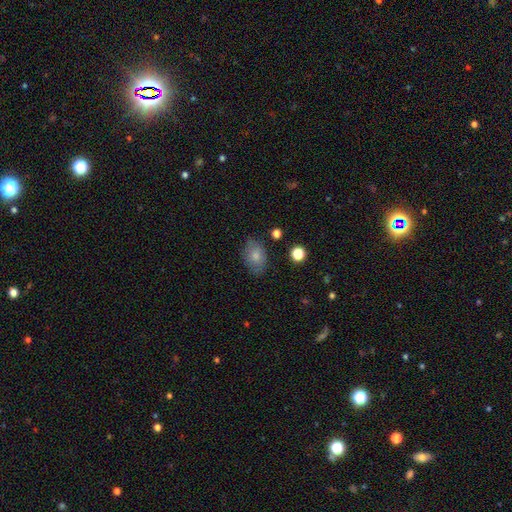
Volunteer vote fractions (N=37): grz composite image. It shows a smooth galaxy with no disk features (81%) that is in between round and cigar-shaped (80%). Merging: none (77%).